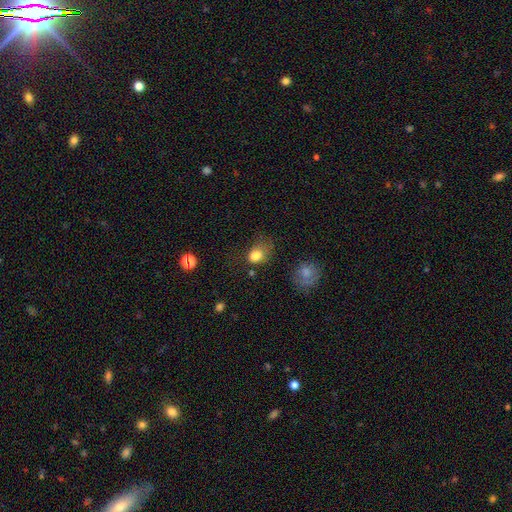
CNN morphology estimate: smooth-or-featured: smooth: 79% | star or artifact: 11% | featured or disk: 10%
  how-rounded: in between: 62% | round: 36% | cigar-shaped: 1%
  merging: none: 38% | minor disturbance: 30% | major disturbance: 27% | merger: 6%